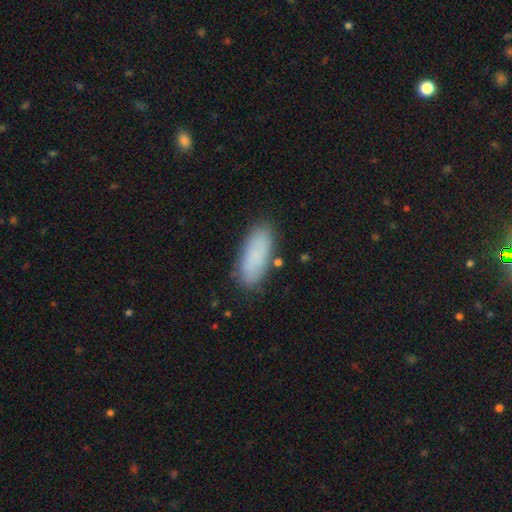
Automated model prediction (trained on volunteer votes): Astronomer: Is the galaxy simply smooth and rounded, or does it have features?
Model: smooth — 82%.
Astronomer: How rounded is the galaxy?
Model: in between — 77%.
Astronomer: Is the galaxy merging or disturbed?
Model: none — 83%.